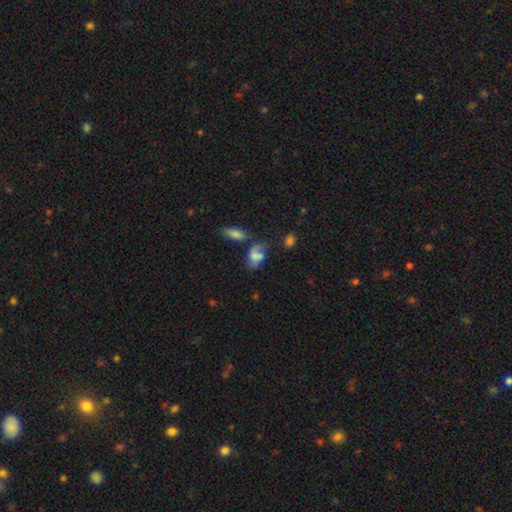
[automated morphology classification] smooth 61%, featured or disk 28%, star or artifact 11%. Down the decision tree: how rounded — in between (87%); merging — none (35%).